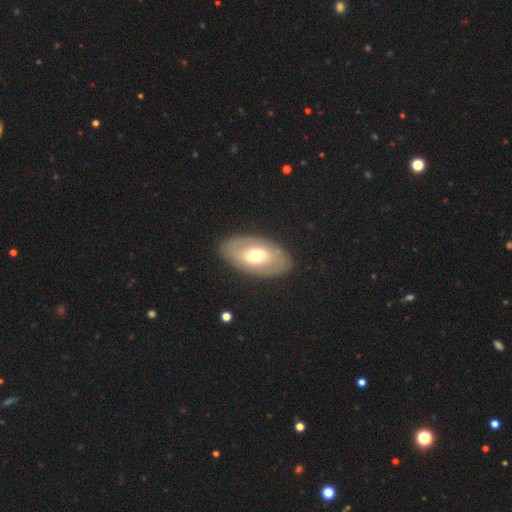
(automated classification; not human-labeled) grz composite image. It shows a featured or disk galaxy (51%). Merging: none (85%).